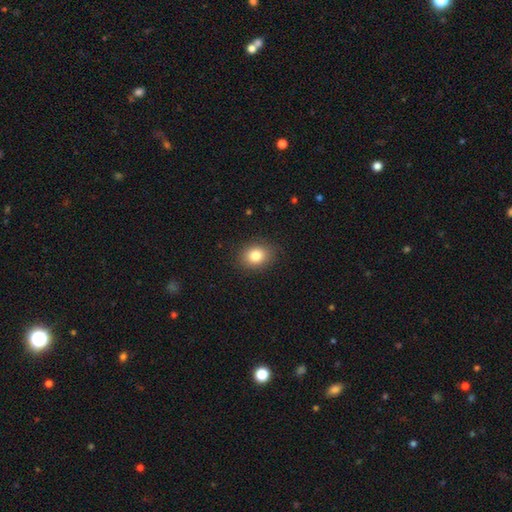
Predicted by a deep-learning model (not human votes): Morphology: type=smooth (82%); roundness=round (52%); merging=none (87%).